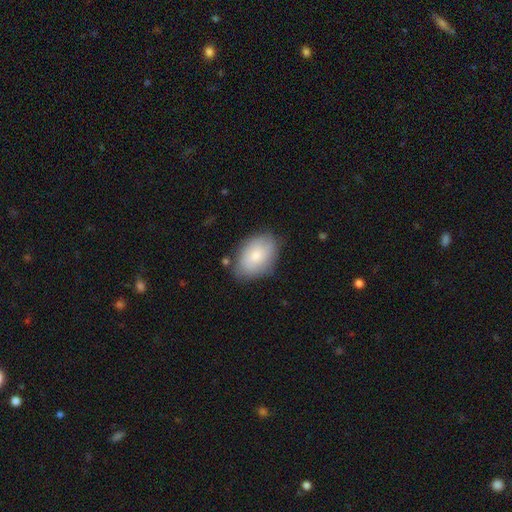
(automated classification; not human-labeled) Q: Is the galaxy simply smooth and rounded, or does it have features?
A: smooth — 77%.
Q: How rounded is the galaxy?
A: in between — 88%.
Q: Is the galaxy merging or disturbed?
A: none — 75%.